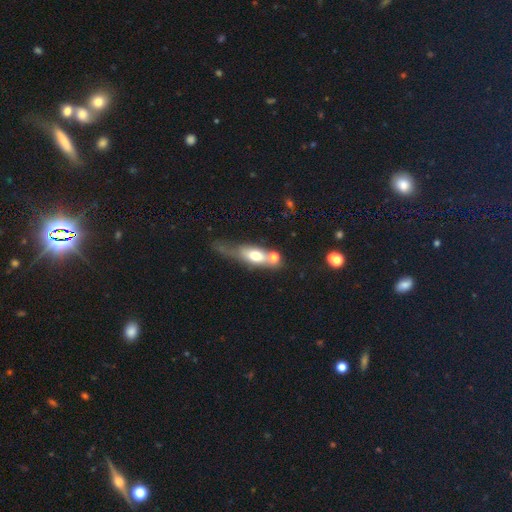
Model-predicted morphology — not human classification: smooth 53%, featured or disk 38%, star or artifact 9%. Down the decision tree: how rounded — in between (58%); merging — merger (37%).